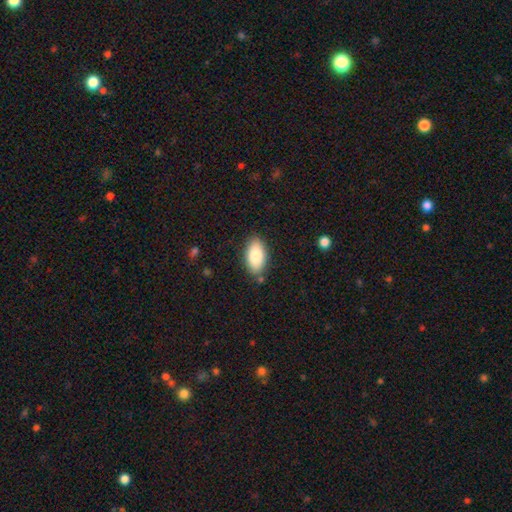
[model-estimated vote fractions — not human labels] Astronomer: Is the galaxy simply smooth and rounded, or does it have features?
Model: smooth — 83%.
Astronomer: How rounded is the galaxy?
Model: in between — 94%.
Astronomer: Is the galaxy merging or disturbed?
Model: none — 84%.